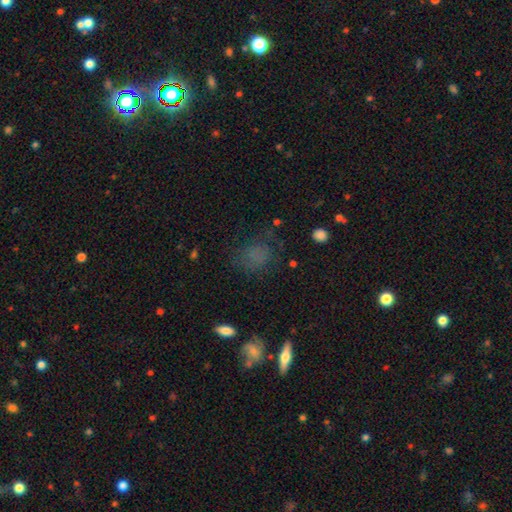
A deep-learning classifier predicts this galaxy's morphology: Smooth or featured? smooth (67%)
How rounded? round (53%)
Merging? none (60%)